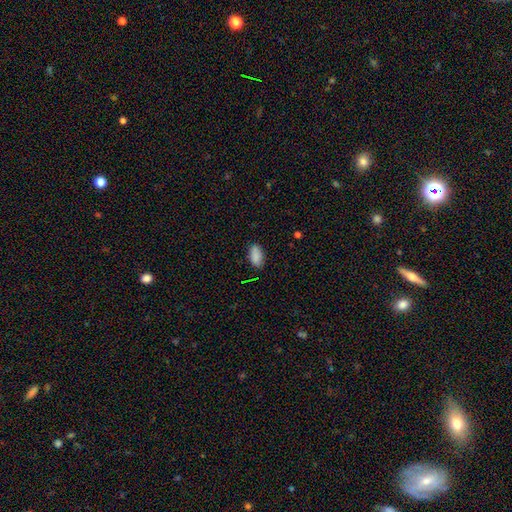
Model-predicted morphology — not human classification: smooth 87%, star or artifact 8%, featured or disk 5%. Down the decision tree: how rounded — in between (91%); merging — none (80%).